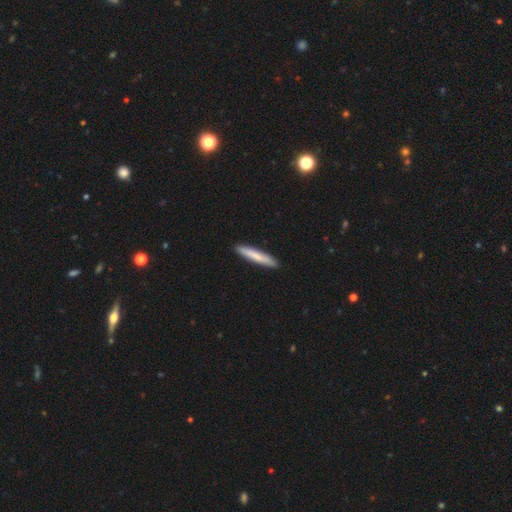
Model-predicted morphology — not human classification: Smooth or featured: smooth — 77% (featured or disk — 18%)
How rounded: cigar-shaped — 93% (in between — 5%)
Merging: none — 92% (minor disturbance — 6%)